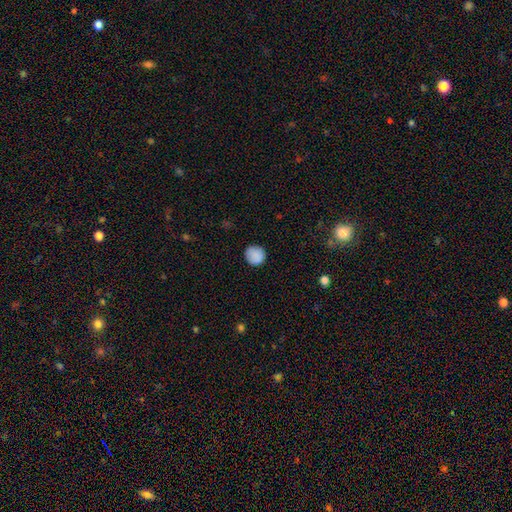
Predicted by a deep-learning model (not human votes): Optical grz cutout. It shows a smooth galaxy with no disk features (88%) that is round (92%). Merging: none (87%).